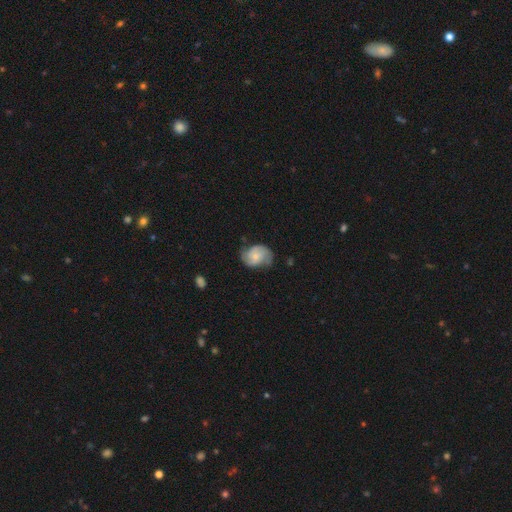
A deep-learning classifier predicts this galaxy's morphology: smooth-or-featured: featured or disk: 57% | smooth: 36% | star or artifact: 7%
  disk-edge-on: no: 97% | yes: 3%
    bar: no: 64% | weak: 30% | strong: 5%
    has-spiral-arms: yes: 87% | no: 13%
    bulge-size: small: 61% | moderate: 29% | none: 8% | large: 2% | dominant: 1%
  merging: none: 55% | minor disturbance: 31% | major disturbance: 12% | merger: 2%